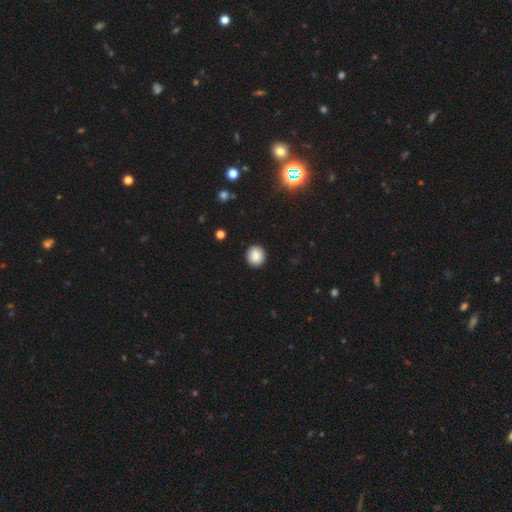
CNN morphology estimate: A smooth galaxy with no disk features (87%) that is round (84%). Merging: none (91%).